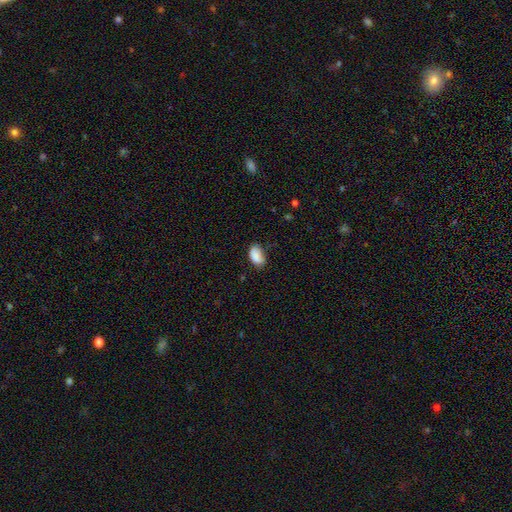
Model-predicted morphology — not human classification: A smooth galaxy with no disk features (86%) that is in between round and cigar-shaped (91%). Merging: none (64%).